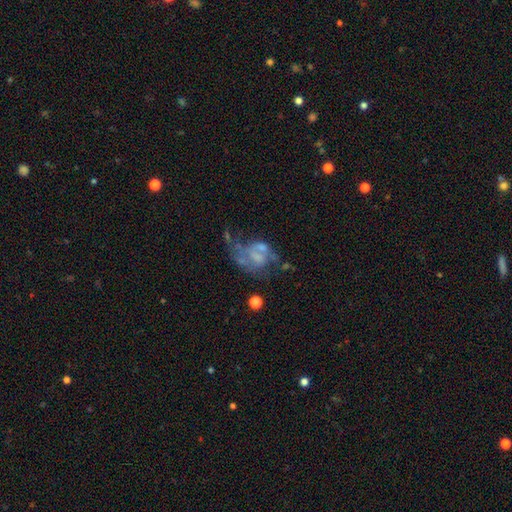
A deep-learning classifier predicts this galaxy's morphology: This is likely a featured or disk galaxy (65%). It is clearly not viewed edge-on (98%). Bar: likely no (72%). Spiral arm pattern: possibly no (53%). Central bulge: possibly none (54%). Merging: marginally major disturbance (40%).